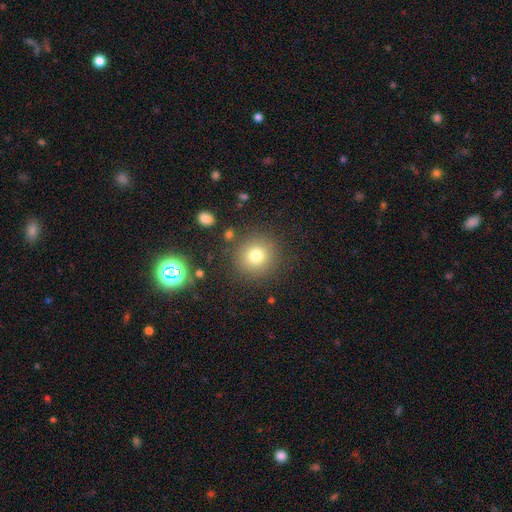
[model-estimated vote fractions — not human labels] smooth 77%, star or artifact 13%, featured or disk 10%. Down the decision tree: how rounded — round (92%); merging — none (85%).